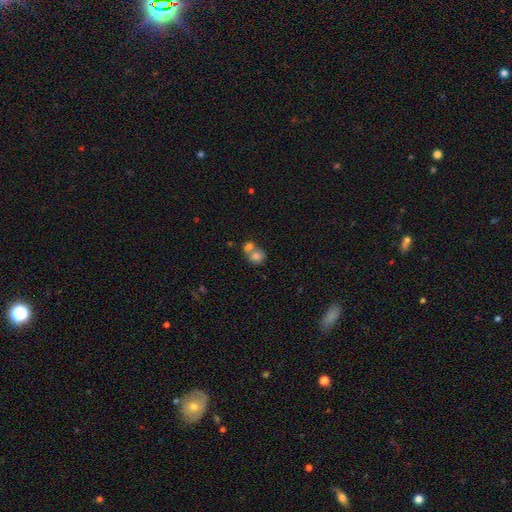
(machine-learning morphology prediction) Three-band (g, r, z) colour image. It shows a smooth galaxy with no disk features (77%) that is round (66%). Merging: merger (59%).